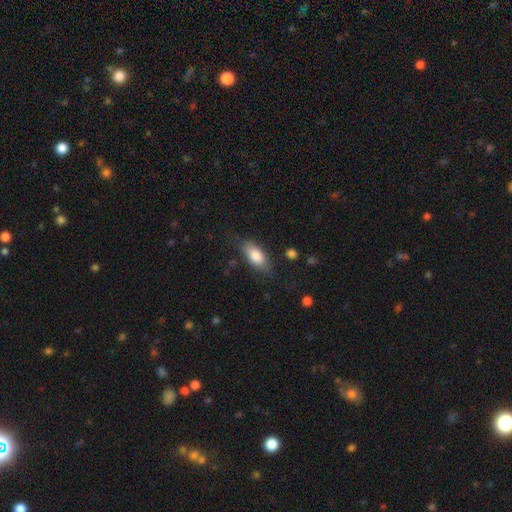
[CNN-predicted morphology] Overall: smooth (81%). How rounded: in between (85%). Merging: none (73%).